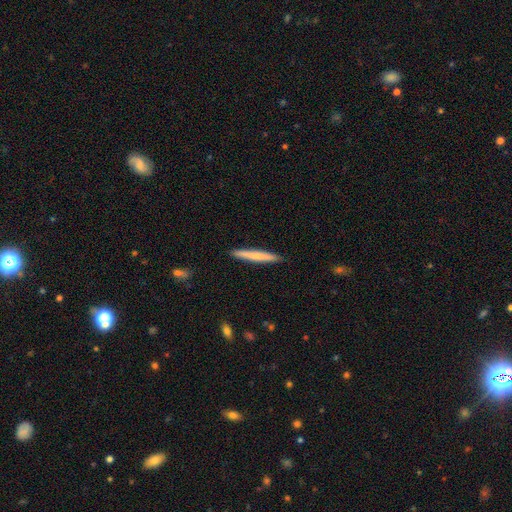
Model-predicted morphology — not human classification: This appears to be a smooth galaxy with no disk features (68%) that is cigar-shaped (96%). Merging: none (92%).